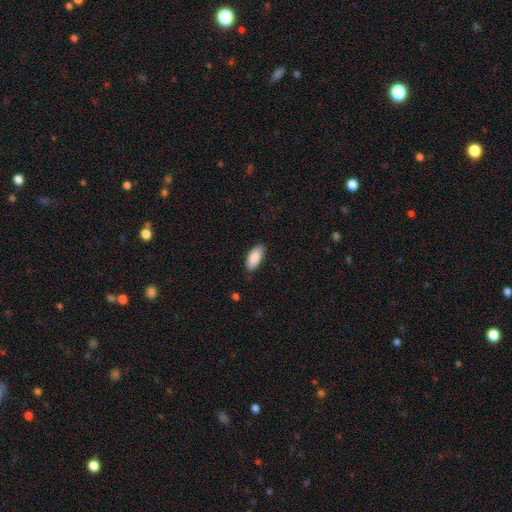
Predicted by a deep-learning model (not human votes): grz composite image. It shows a smooth galaxy with no disk features (89%) that is in between round and cigar-shaped (89%). Merging: none (86%).